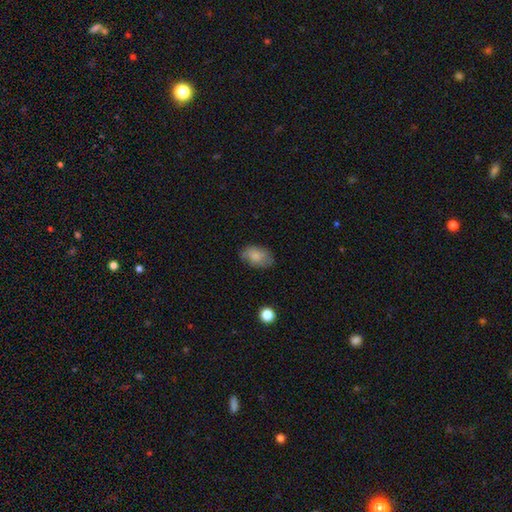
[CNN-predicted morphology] Overall: smooth (77%). How rounded: in between (87%). Merging: none (72%).